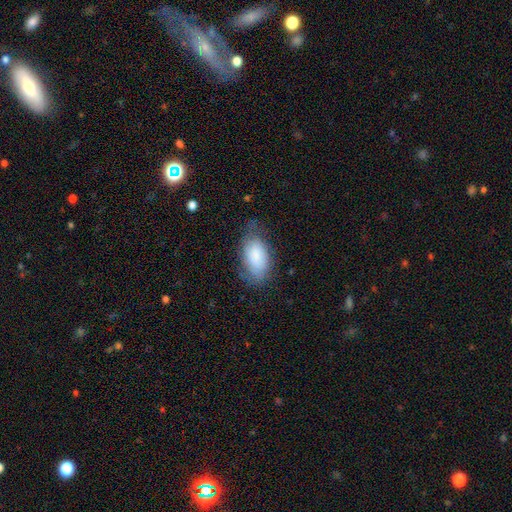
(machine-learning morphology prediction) A smooth galaxy with no disk features (77%) that is in between round and cigar-shaped (94%). Merging: none (59%).